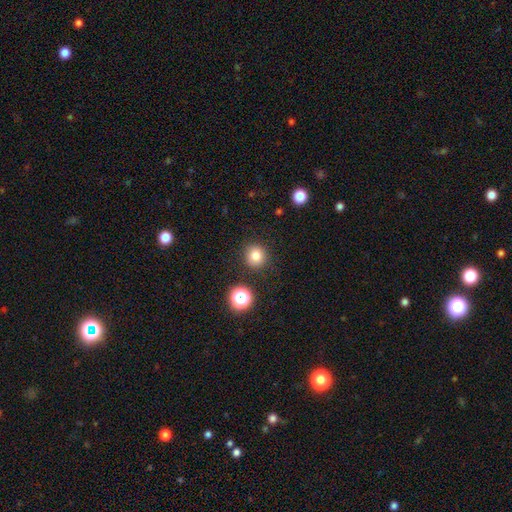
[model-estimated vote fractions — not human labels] smooth 79%, star or artifact 14%, featured or disk 7%. Down the decision tree: how rounded — round (93%); merging — none (89%).